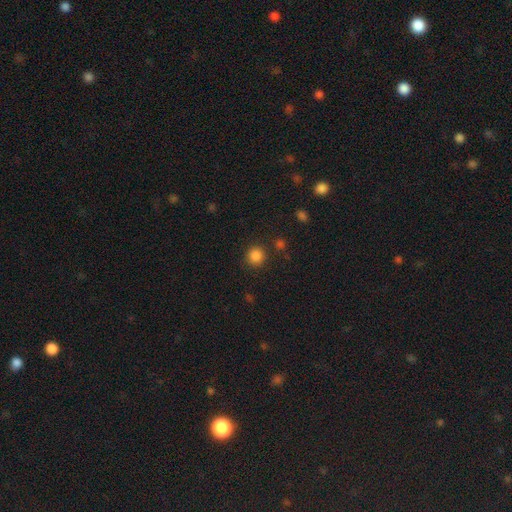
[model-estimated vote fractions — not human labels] Smooth or featured: smooth — 84% (star or artifact — 12%)
How rounded: round — 91% (in between — 8%)
Merging: none — 87% (minor disturbance — 7%)